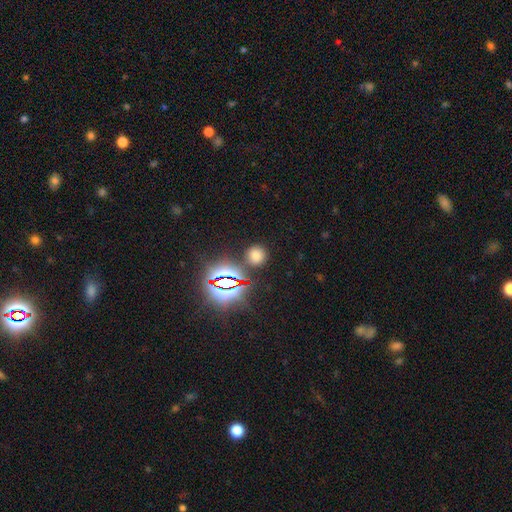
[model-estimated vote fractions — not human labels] Smooth or featured? smooth (67%)
How rounded? round (88%)
Merging? none (84%)